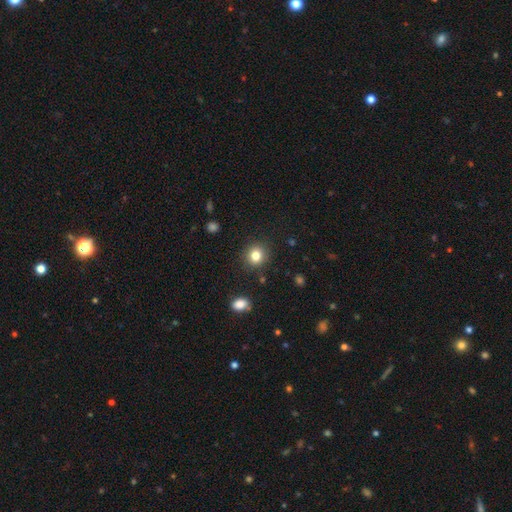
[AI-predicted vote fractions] smooth-or-featured: smooth: 82% | star or artifact: 12% | featured or disk: 7%
  how-rounded: round: 86% | in between: 13% | cigar-shaped: 1%
  merging: none: 89% | minor disturbance: 7% | major disturbance: 2% | merger: 2%